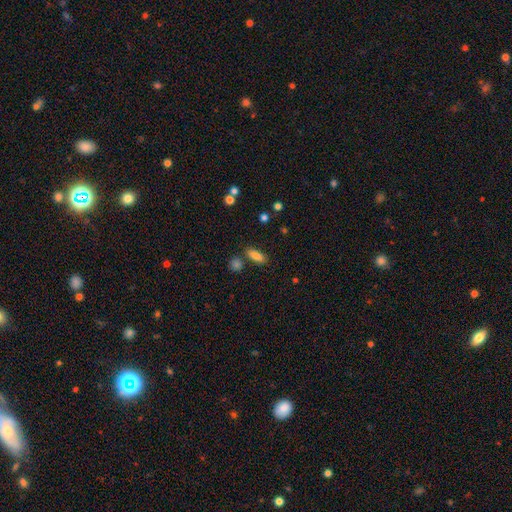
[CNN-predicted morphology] A smooth galaxy with no disk features (84%) that is in between round and cigar-shaped (76%). Merging: none (76%).